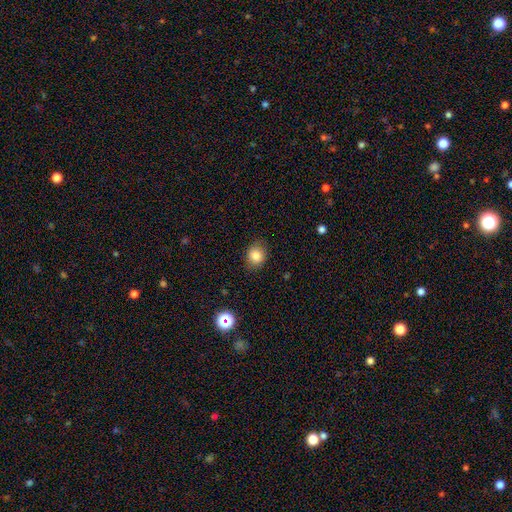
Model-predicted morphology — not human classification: A smooth galaxy with no disk features (83%) that is round (65%). Merging: none (83%).